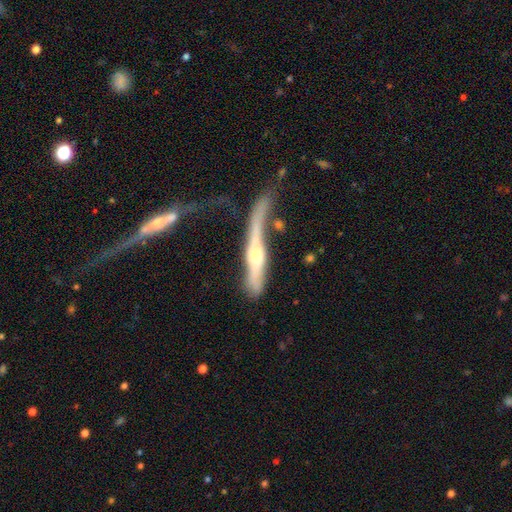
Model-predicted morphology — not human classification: This appears to be a featured or disk galaxy (63%) viewed edge-on (83%) with a rounded central bulge (76%). Merging: major disturbance (33%).